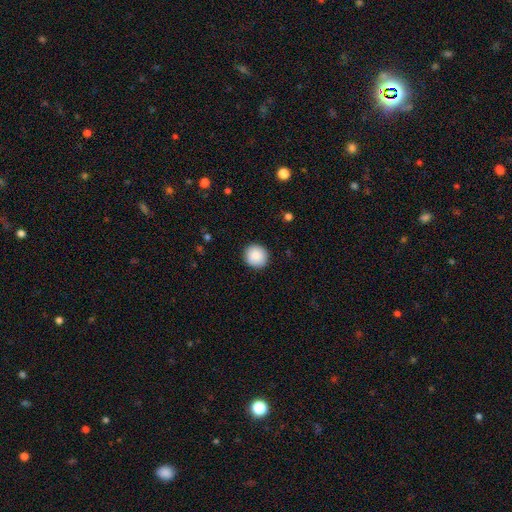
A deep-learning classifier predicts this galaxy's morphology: smooth 88%, star or artifact 7%, featured or disk 4%. Down the decision tree: how rounded — round (94%); merging — none (91%).